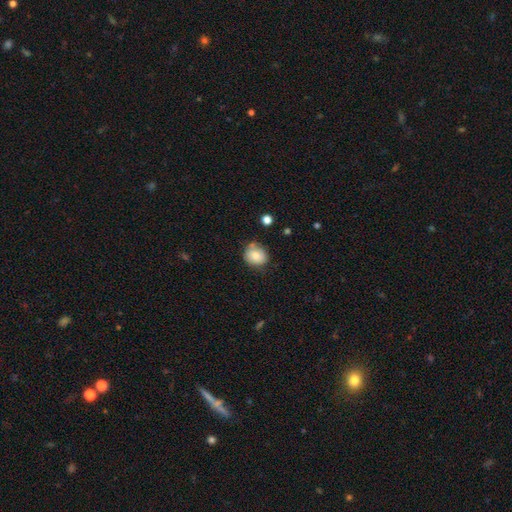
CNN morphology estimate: A smooth galaxy with no disk features (81%) that is round (68%). Merging: none (66%).